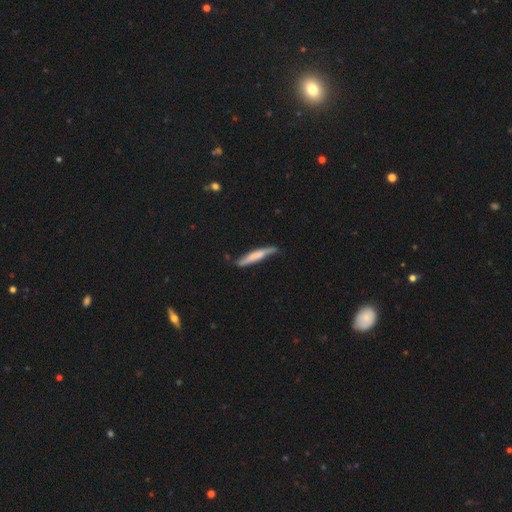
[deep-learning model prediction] smooth-or-featured: smooth: 60% | featured or disk: 35% | star or artifact: 5%
  how-rounded: cigar-shaped: 92% | in between: 7% | round: 1%
  merging: none: 63% | minor disturbance: 29% | major disturbance: 6% | merger: 3%